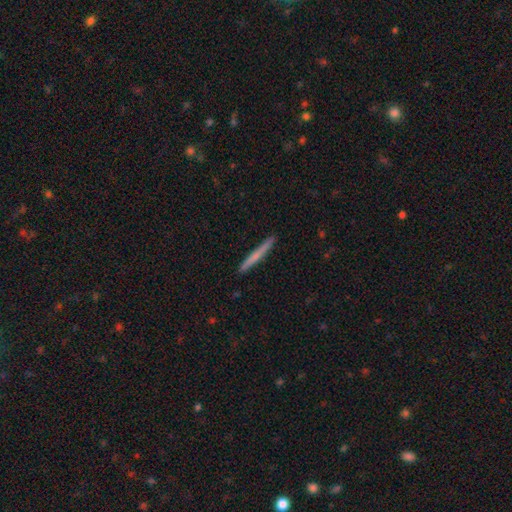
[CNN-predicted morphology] This appears to be a smooth galaxy with no disk features (58%) that is cigar-shaped (97%). Merging: none (91%).